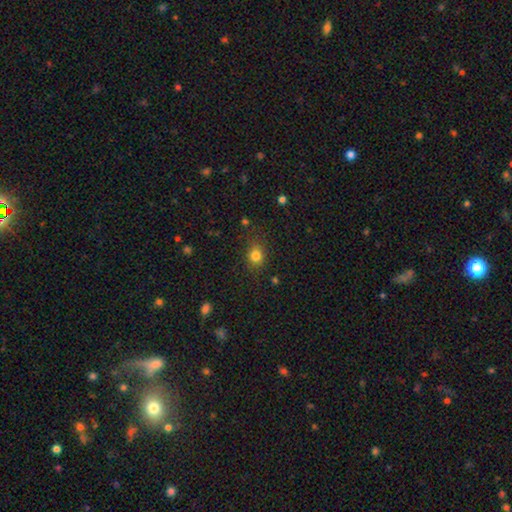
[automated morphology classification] A smooth galaxy with no disk features (81%) that is round (64%). Merging: none (81%).